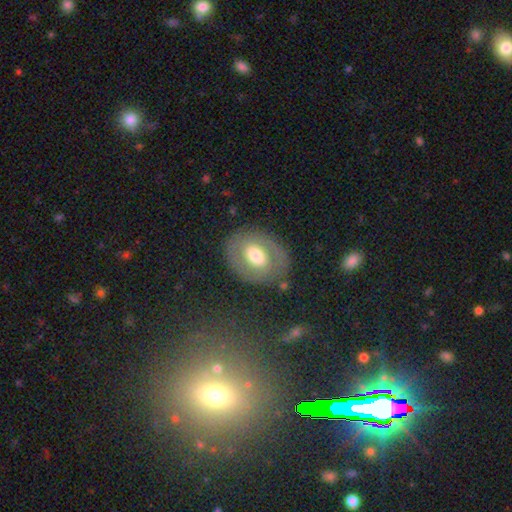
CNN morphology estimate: The model was most divided on "smooth or featured": smooth: 49%, featured or disk: 43%, star or artifact: 8%. More confident: merging — none (78%).